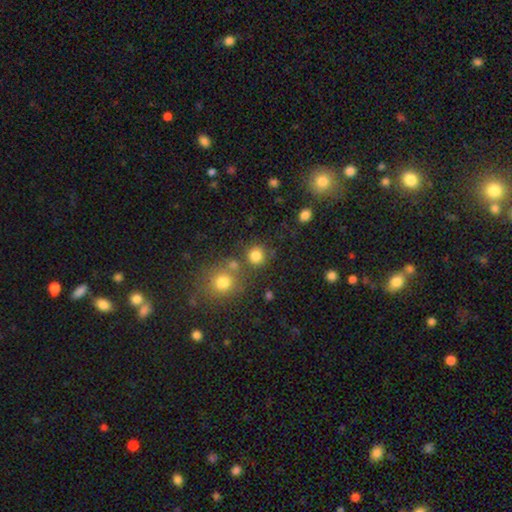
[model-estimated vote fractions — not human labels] Overall: smooth (81%). How rounded: round (91%). Merging: none (73%).